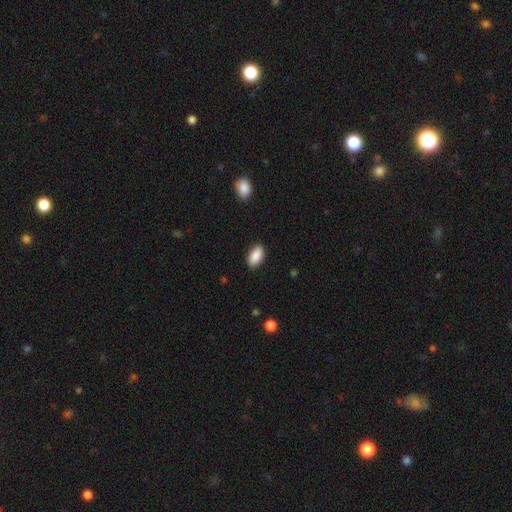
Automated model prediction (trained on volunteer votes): Smooth or featured? Predicted: smooth (p=0.90). How rounded? Predicted: in between (p=0.93). Merging? Predicted: none (p=0.88).